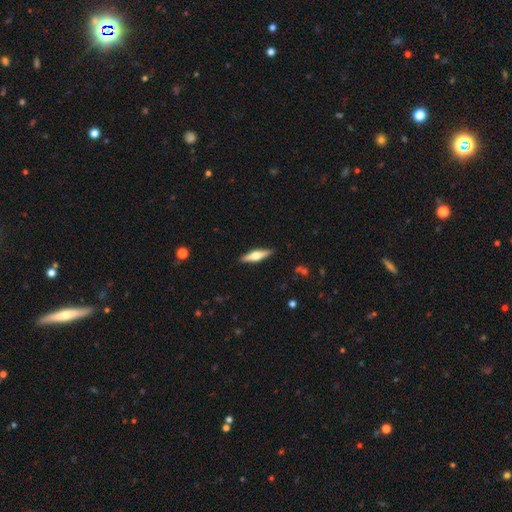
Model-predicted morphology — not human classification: Smooth or featured? featured or disk (55%)
Edge-on disk? yes (96%)
Edge-on bulge? rounded (92%)
Merging? none (90%)